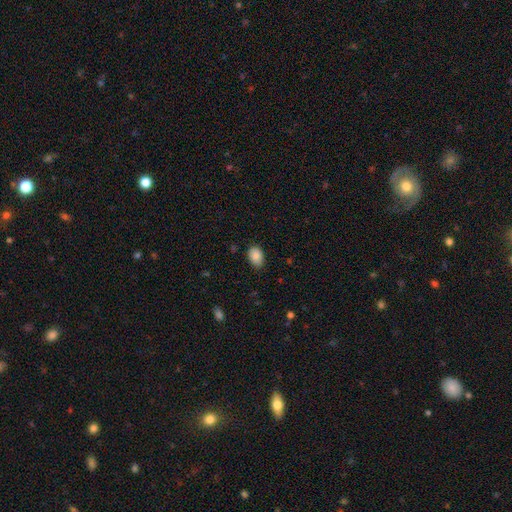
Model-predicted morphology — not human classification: Smooth or featured? smooth (88%)
How rounded? in between (82%)
Merging? none (81%)